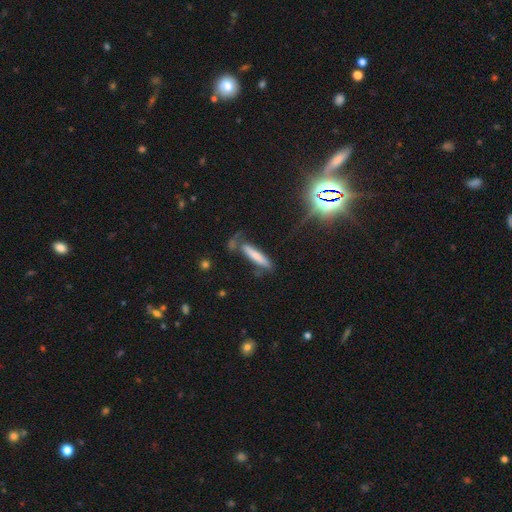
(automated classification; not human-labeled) Overall: smooth (66%). How rounded: cigar-shaped (86%). Merging: none (59%; minor disturbance 22%).